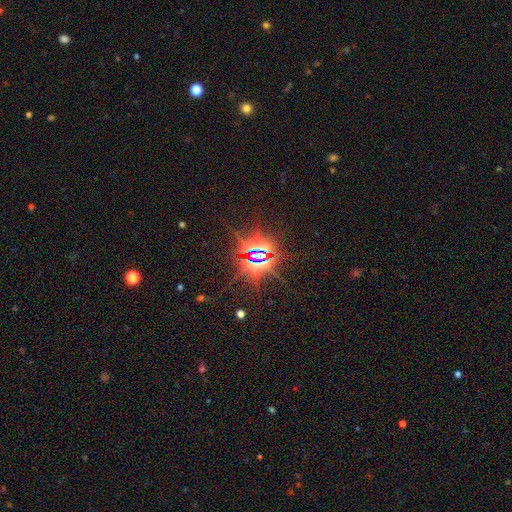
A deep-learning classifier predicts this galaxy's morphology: Overall: star or artifact (86%).